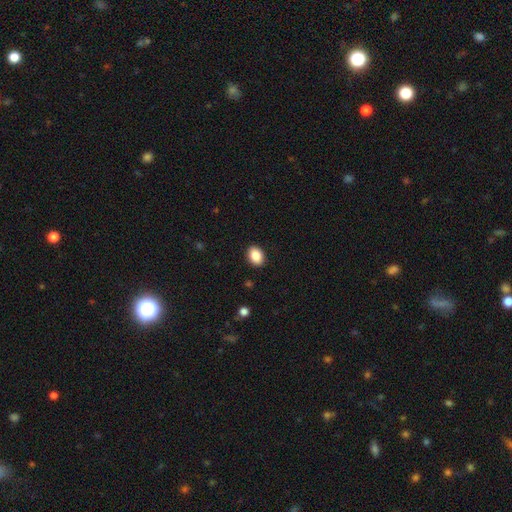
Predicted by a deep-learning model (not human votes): smooth_or_featured: smooth (p=0.88) [alt: star or artifact p=0.08]
how_rounded: in between (p=0.73) [alt: round p=0.26]
merging: none (p=0.90) [alt: minor disturbance p=0.07]